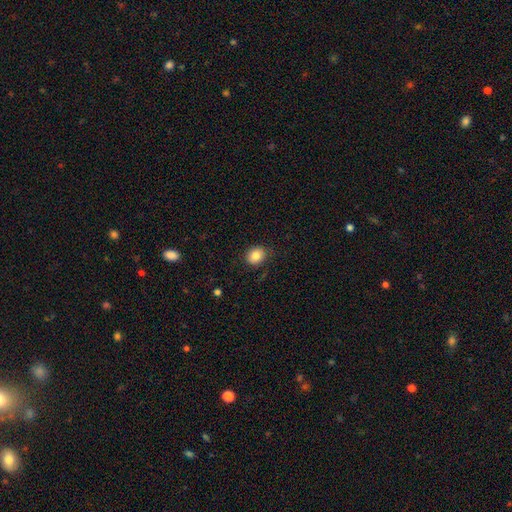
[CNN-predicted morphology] Smooth or featured? smooth (83%)
How rounded? round (65%)
Merging? none (84%)